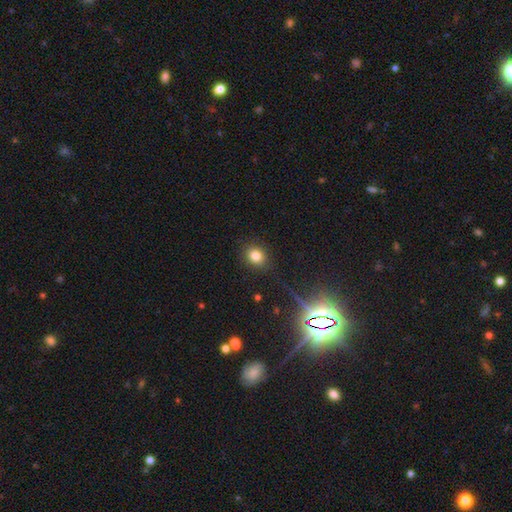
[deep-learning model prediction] This appears to be a smooth galaxy with no disk features (79%) that is round (66%). Merging: none (87%).